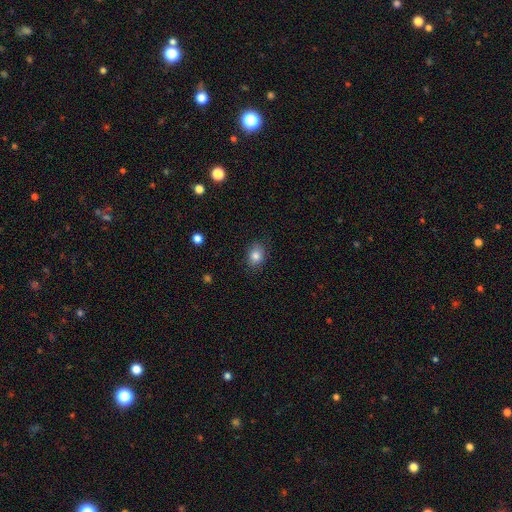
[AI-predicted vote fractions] Smooth or featured?
  - smooth: 84% *
  - star or artifact: 10%
  - featured or disk: 7%
How rounded?
  - in between: 59% *
  - round: 40%
  - cigar-shaped: 1%
Merging?
  - none: 82% *
  - minor disturbance: 13%
  - major disturbance: 3%
  - merger: 1%